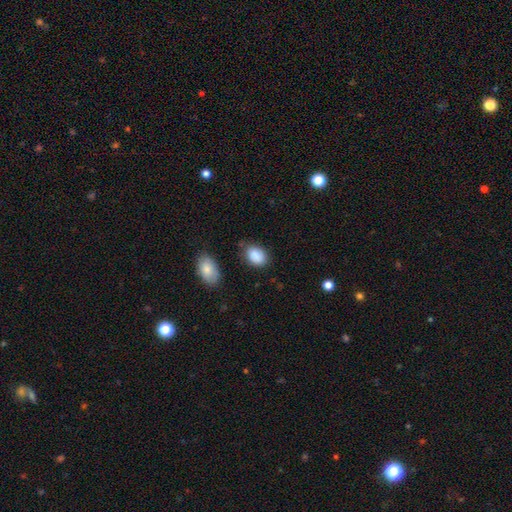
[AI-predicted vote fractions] smooth 89%, star or artifact 7%, featured or disk 4%. Down the decision tree: how rounded — in between (79%); merging — none (70%).